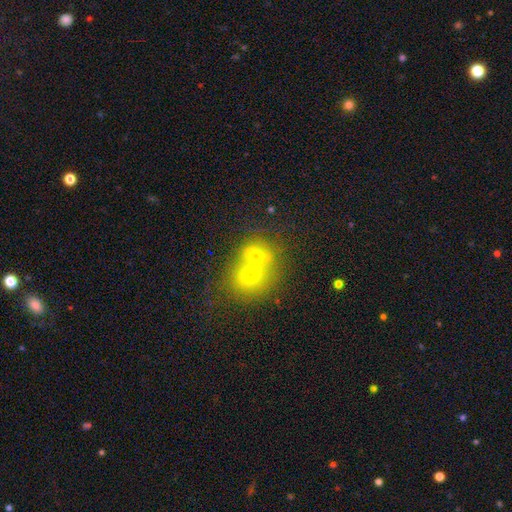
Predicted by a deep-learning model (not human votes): Morphology: type=smooth (64%); roundness=round (57%); merging=merger (66%).